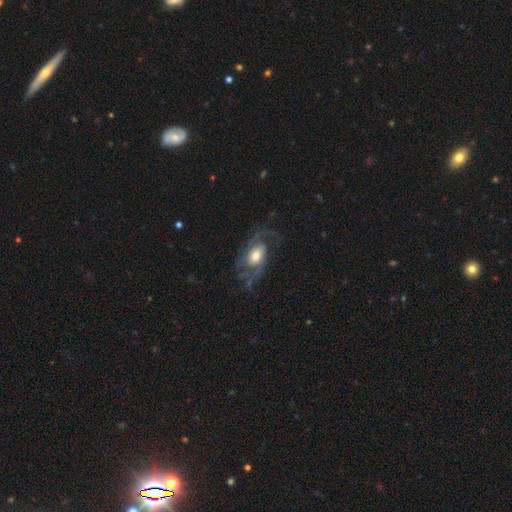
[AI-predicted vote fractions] Smooth or featured: featured or disk — 78% (smooth — 16%)
Edge-on disk: no — 96% (yes — 4%)
Bar: no — 59% (weak — 33%)
Spiral arms: yes — 91% (no — 9%)
Spiral winding: medium — 47% (loose — 32%)
Spiral arm count: 2 — 61% (can't tell — 13%)
Bulge size: moderate — 53% (large — 33%)
Merging: none — 58% (major disturbance — 21%)